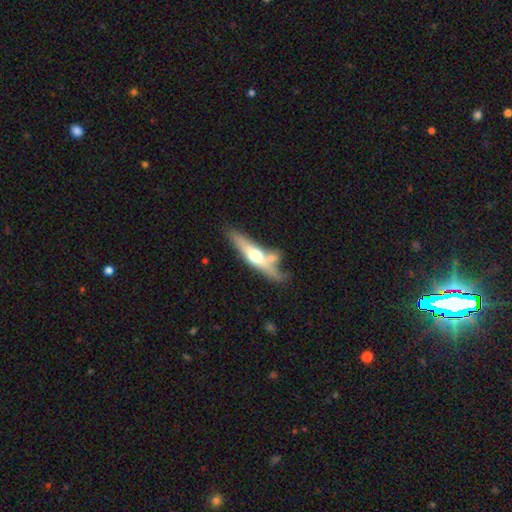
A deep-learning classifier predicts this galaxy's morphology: Q: Smooth or featured?
A: featured or disk (57%); runner-up: smooth (38%)
Q: Edge-on disk?
A: yes (87%); runner-up: no (13%)
Q: Merging?
A: none (52%); runner-up: merger (24%)